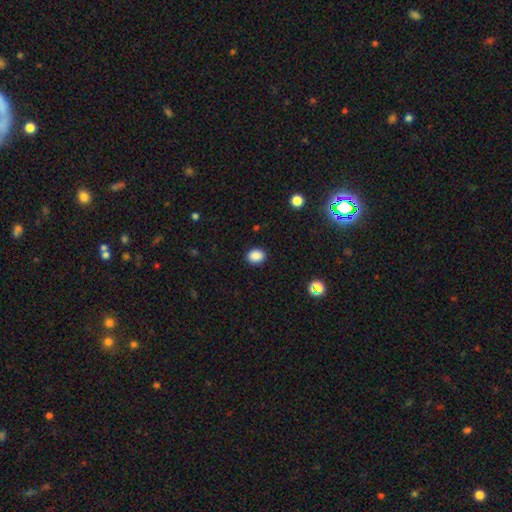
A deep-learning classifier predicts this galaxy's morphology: type=smooth (88%); roundness=in between (51%); merging=none (90%).